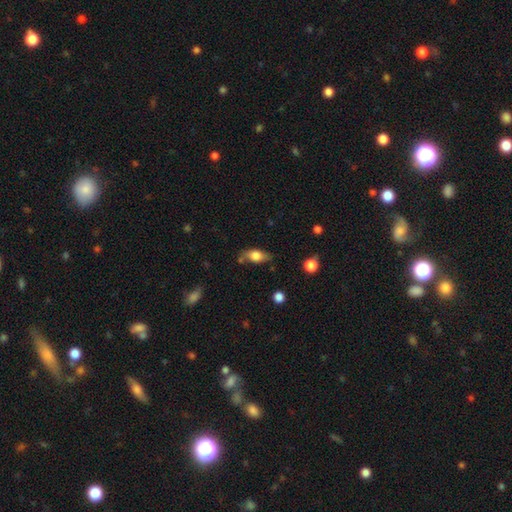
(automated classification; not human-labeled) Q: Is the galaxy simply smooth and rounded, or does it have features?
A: smooth — 69%.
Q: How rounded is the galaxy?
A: in between — 81%.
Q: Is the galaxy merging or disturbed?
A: none — 67%.